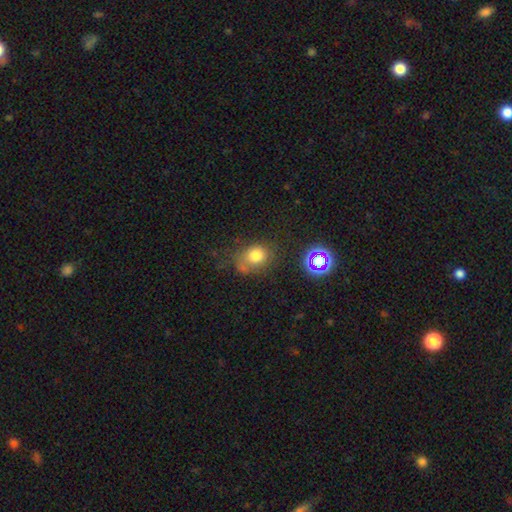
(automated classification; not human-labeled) This appears to be a smooth galaxy with no disk features (72%) that is round (58%). Merging: none (52%).